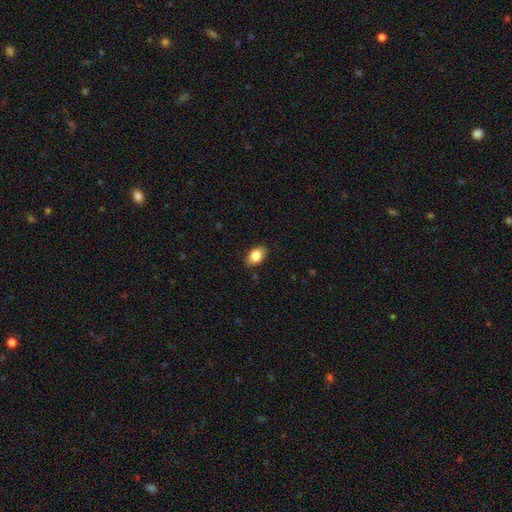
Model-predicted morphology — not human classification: smooth_or_featured: smooth (p=0.85) [alt: star or artifact p=0.08]
how_rounded: in between (p=0.87) [alt: round p=0.12]
merging: none (p=0.85) [alt: minor disturbance p=0.11]